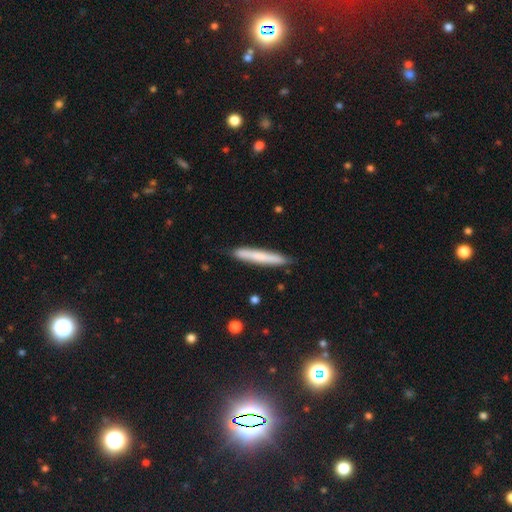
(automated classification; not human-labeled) Smooth or featured: smooth — 70% (featured or disk — 24%)
How rounded: cigar-shaped — 96% (in between — 3%)
Merging: none — 88% (minor disturbance — 9%)